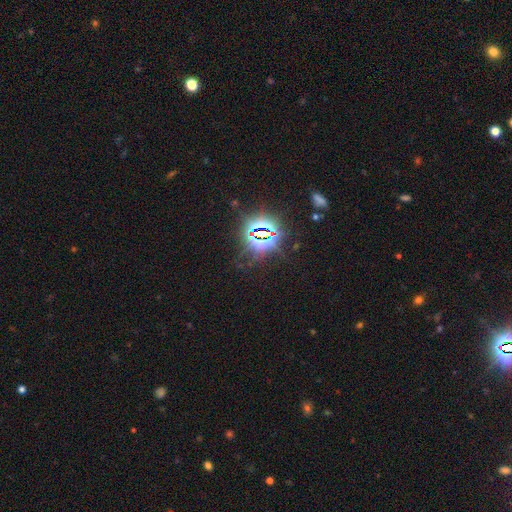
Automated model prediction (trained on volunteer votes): This appears to be a star or artifact, not a galaxy (83%).